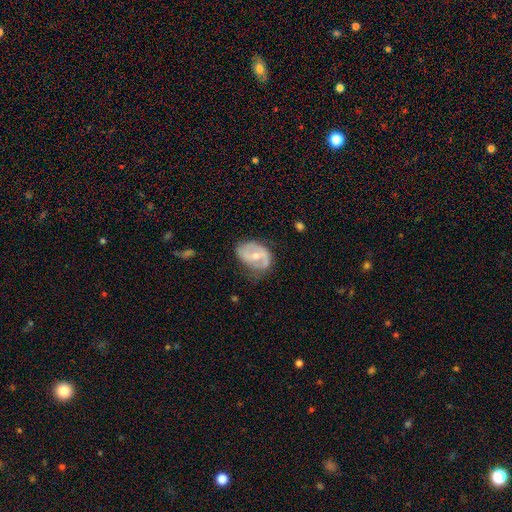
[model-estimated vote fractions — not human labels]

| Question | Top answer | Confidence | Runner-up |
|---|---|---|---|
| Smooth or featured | featured or disk | 67% | smooth (27%) |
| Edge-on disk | no | 96% | yes (4%) |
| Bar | weak | 42% | no (38%) |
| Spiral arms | yes | 73% | no (27%) |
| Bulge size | moderate | 51% | small (46%) |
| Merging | none | 53% | minor disturbance (32%) |